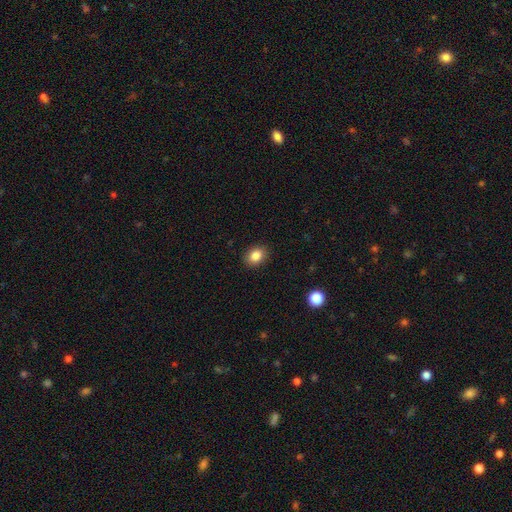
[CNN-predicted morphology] A smooth galaxy with no disk features (85%) that is in between round and cigar-shaped (65%). Merging: none (90%).